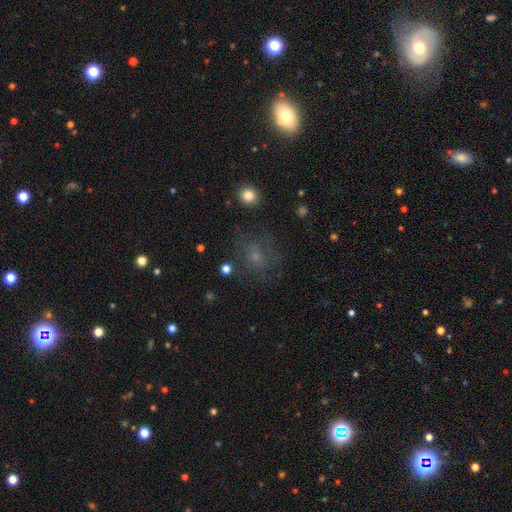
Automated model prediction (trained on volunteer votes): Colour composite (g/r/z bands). It shows a smooth galaxy with no disk features (47%). Merging: none (67%).